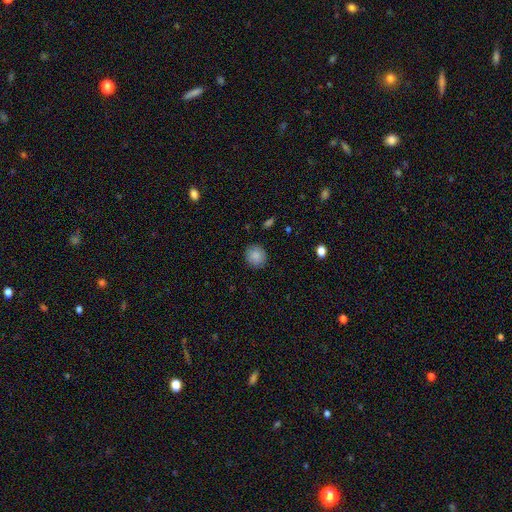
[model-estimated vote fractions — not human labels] This appears to be a smooth galaxy with no disk features (87%) that is round (83%). Merging: none (89%).